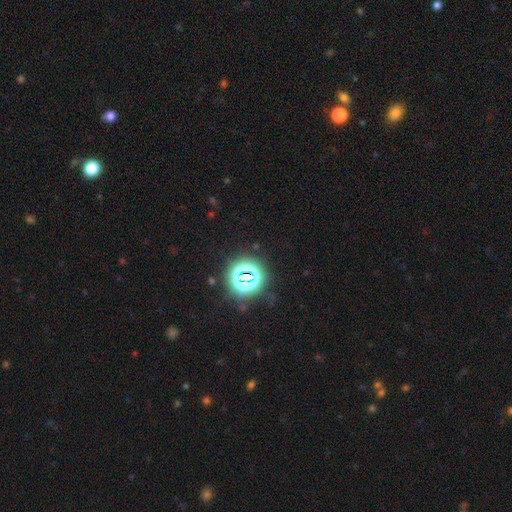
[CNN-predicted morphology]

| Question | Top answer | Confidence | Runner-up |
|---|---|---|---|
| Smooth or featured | star or artifact | 80% | smooth (14%) |